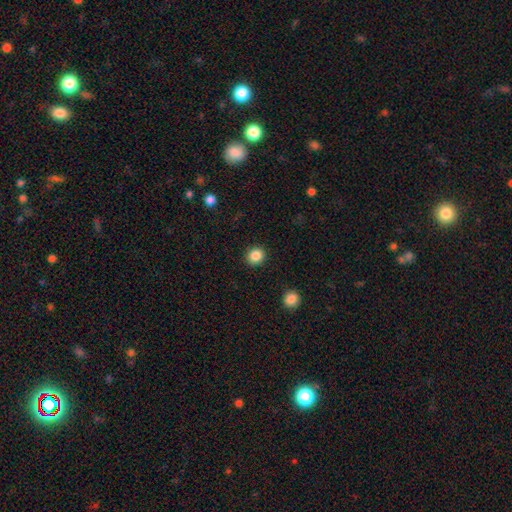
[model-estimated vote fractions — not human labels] Smooth or featured: smooth — 87% (star or artifact — 10%)
How rounded: round — 81% (in between — 18%)
Merging: none — 91% (minor disturbance — 6%)